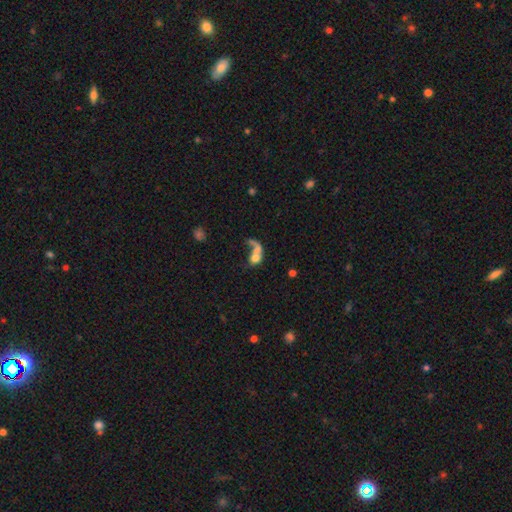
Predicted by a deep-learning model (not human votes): Smooth or featured: smooth — 54% (featured or disk — 34%)
How rounded: in between — 58% (round — 37%)
Merging: merger — 53% (major disturbance — 24%)